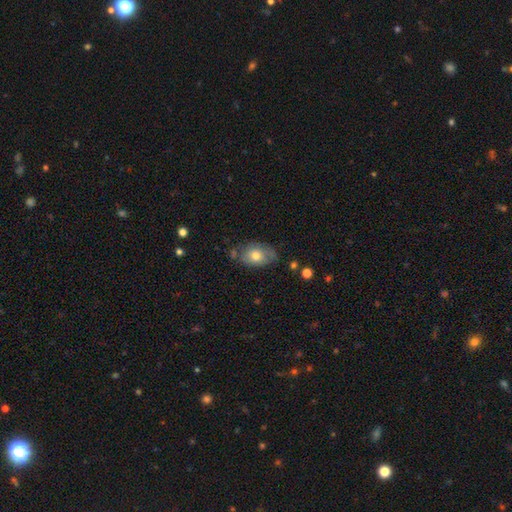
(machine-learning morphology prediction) type=smooth (68%); roundness=in between (83%); merging=none (60%).